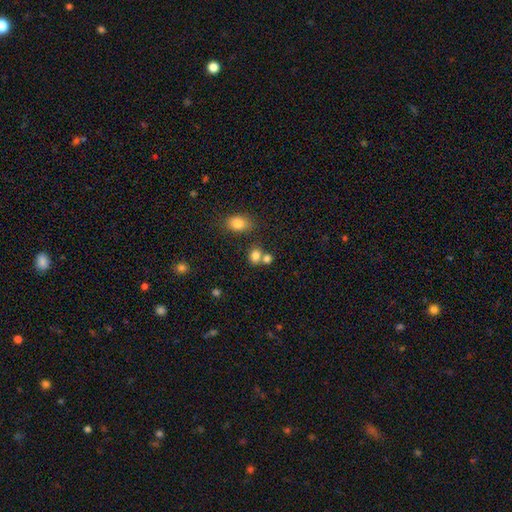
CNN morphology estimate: Smooth or featured?
  - smooth: 80% *
  - star or artifact: 12%
  - featured or disk: 8%
How rounded?
  - round: 56% *
  - in between: 43%
  - cigar-shaped: 1%
Merging?
  - none: 51% *
  - merger: 35%
  - minor disturbance: 10%
  - major disturbance: 4%